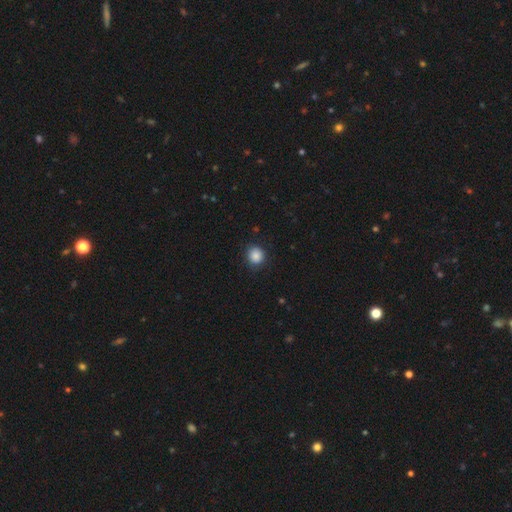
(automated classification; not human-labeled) A smooth galaxy with no disk features (87%) that is round (84%).

Vote fractions:
- Smooth or featured? smooth: 87% / star or artifact: 9% / featured or disk: 4%
- How rounded? round: 84% / in between: 15% / cigar-shaped: 1%
- Merging? none: 84% / minor disturbance: 12% / major disturbance: 3% / merger: 1%